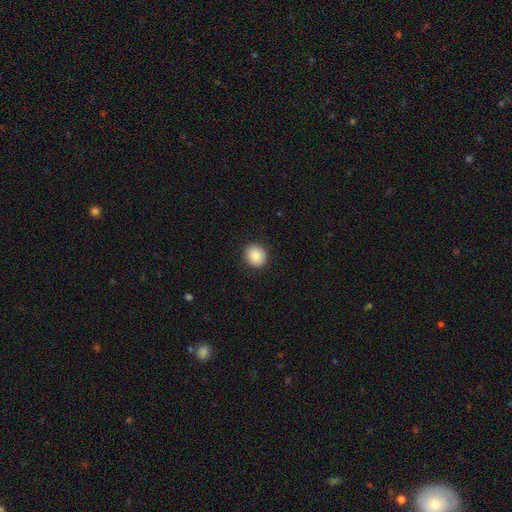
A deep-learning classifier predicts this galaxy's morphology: A smooth galaxy with no disk features (88%) that is round (76%). Merging: none (90%).